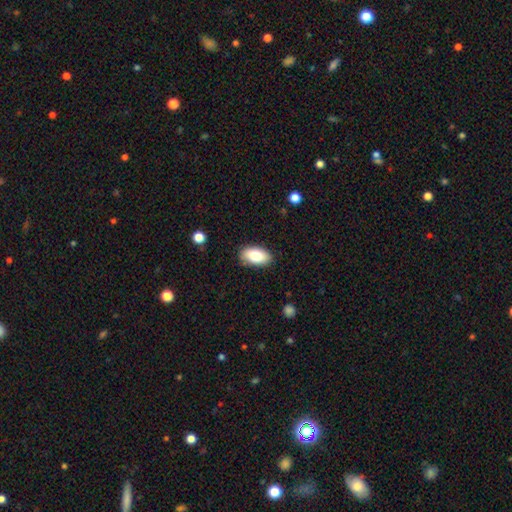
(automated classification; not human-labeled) This is clearly a smooth galaxy (81%). How rounded: clearly in between (94%). Merging: clearly none (85%).